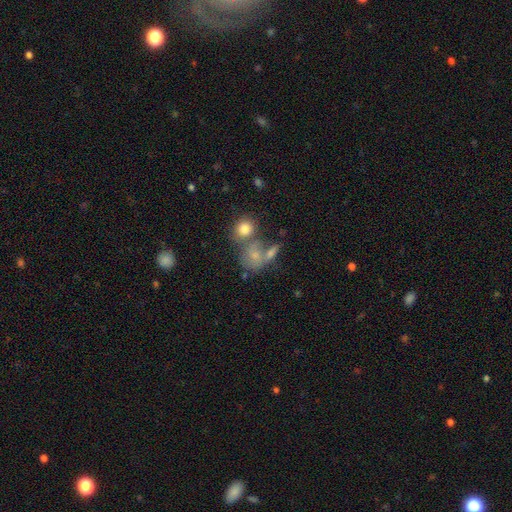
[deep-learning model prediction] This is likely a smooth galaxy (66%). How rounded: possibly round (56%). Merging: marginally merger (42%).